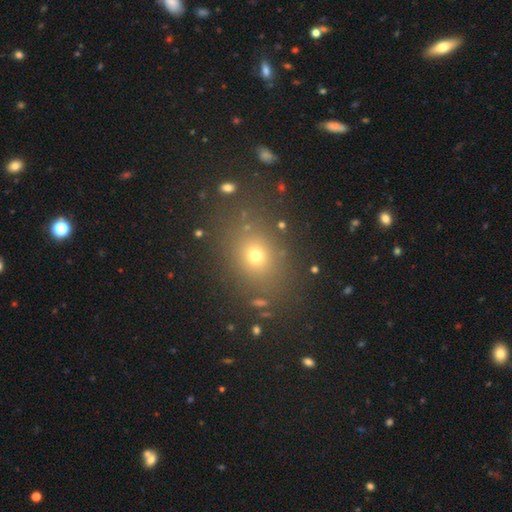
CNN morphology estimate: Smooth or featured: smooth — 67% (star or artifact — 23%)
How rounded: round — 53% (in between — 45%)
Merging: none — 82% (minor disturbance — 10%)